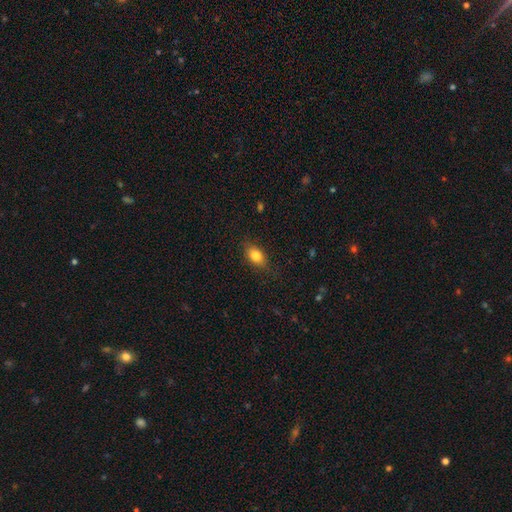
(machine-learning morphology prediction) The model was most divided on "merging": none: 81%, minor disturbance: 14%, major disturbance: 4%, merger: 1%. More confident: how rounded — in between (84%); smooth or featured — smooth (82%).